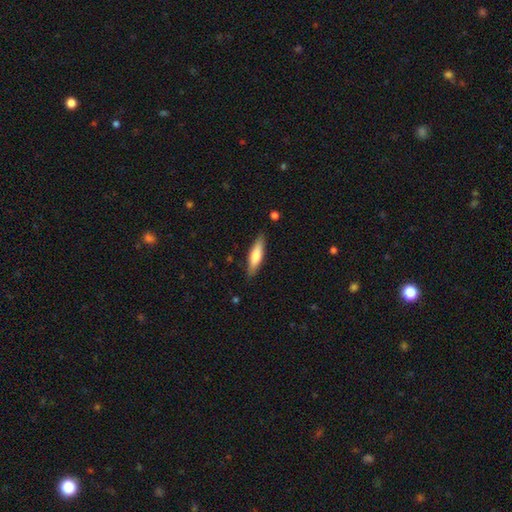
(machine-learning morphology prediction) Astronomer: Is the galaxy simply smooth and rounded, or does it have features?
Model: smooth — 68%.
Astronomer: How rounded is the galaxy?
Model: cigar-shaped — 68%.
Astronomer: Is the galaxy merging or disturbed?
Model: none — 86%.